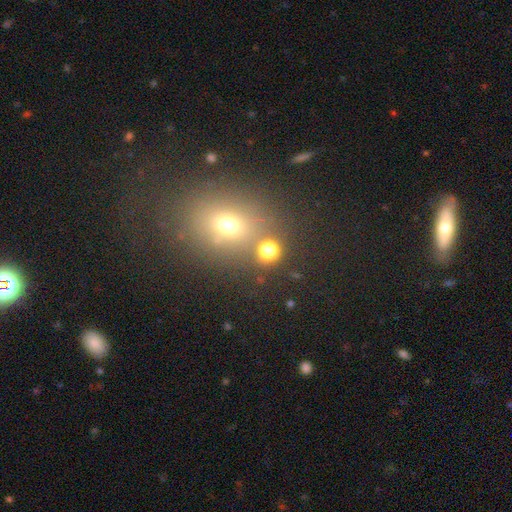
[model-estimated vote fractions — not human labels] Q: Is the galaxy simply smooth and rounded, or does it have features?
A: smooth — 57%.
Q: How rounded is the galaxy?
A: in between — 53%.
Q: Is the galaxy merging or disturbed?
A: none — 67%.